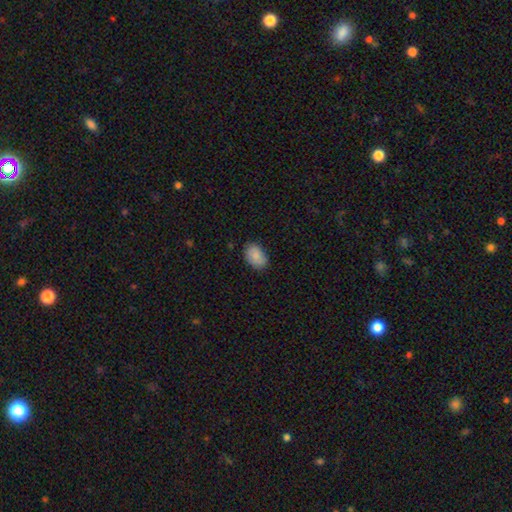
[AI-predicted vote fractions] A smooth galaxy with no disk features (86%) that is in between round and cigar-shaped (85%). Merging: none (80%).